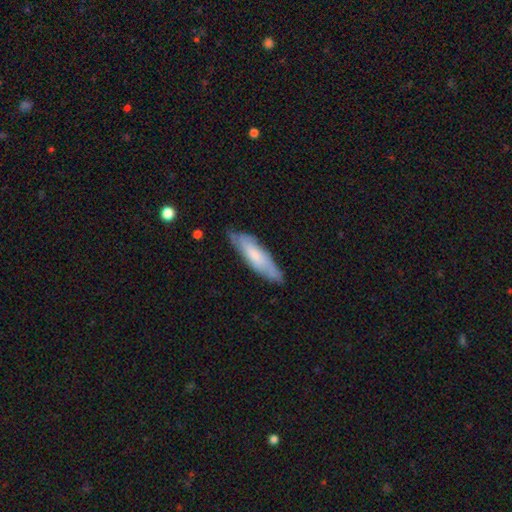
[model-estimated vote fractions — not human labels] This is possibly a smooth galaxy (52%). How rounded: likely cigar-shaped (61%). Merging: likely none (73%).